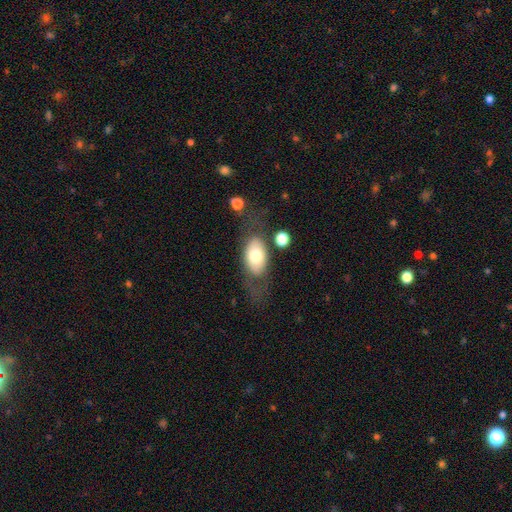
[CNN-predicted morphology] This is likely a smooth galaxy (68%). How rounded: clearly in between (90%). Merging: likely none (61%).